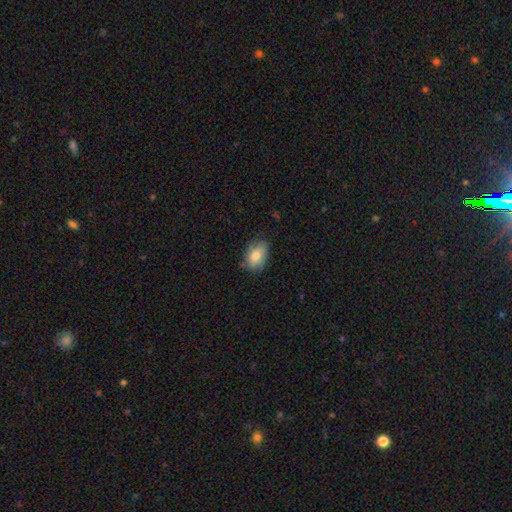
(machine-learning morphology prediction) The model was most divided on "merging": none: 72%, minor disturbance: 22%, major disturbance: 4%, merger: 1%. More confident: how rounded — in between (86%); smooth or featured — smooth (80%).